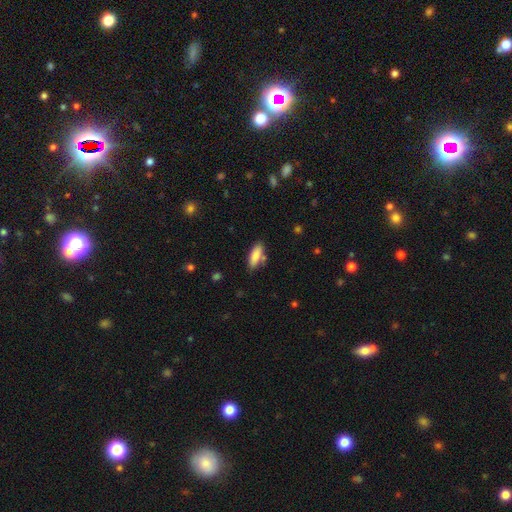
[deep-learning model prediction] Smooth or featured?
  - smooth: 85% *
  - featured or disk: 9%
  - star or artifact: 6%
How rounded?
  - in between: 68% *
  - cigar-shaped: 30%
  - round: 2%
Merging?
  - none: 75% *
  - minor disturbance: 15%
  - merger: 7%
  - major disturbance: 3%